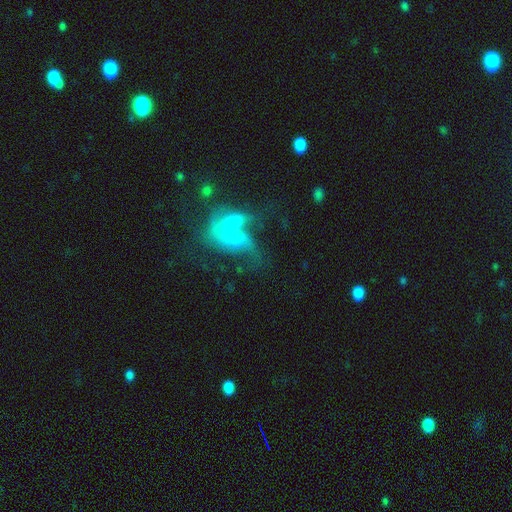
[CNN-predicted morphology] Smooth or featured? Predicted: featured or disk (p=0.52). Edge-on disk? Predicted: no (p=0.93). Merging? Predicted: merger (p=0.37).